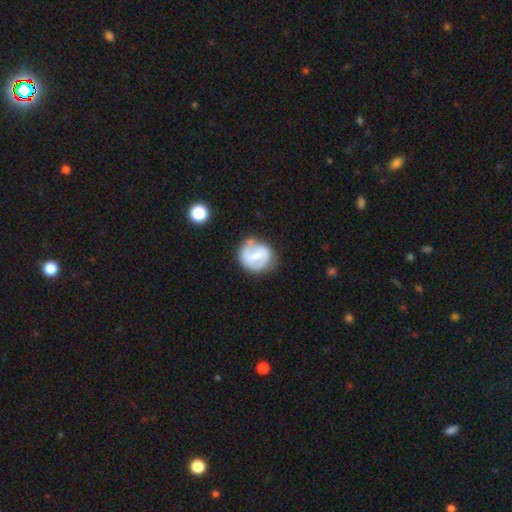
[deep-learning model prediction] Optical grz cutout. It shows a featured or disk galaxy (61%) with a weak bar (45%), spiral arms (74%) and a small central bulge (41%). Merging: none (65%).